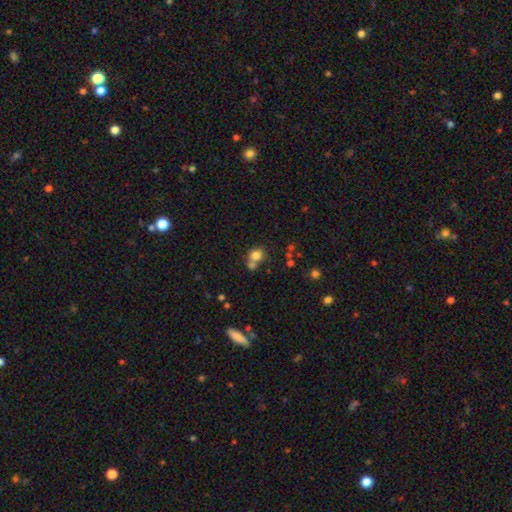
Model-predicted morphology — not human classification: Smooth or featured: smooth — 77% (star or artifact — 13%)
How rounded: round — 78% (in between — 21%)
Merging: none — 44% (merger — 40%)